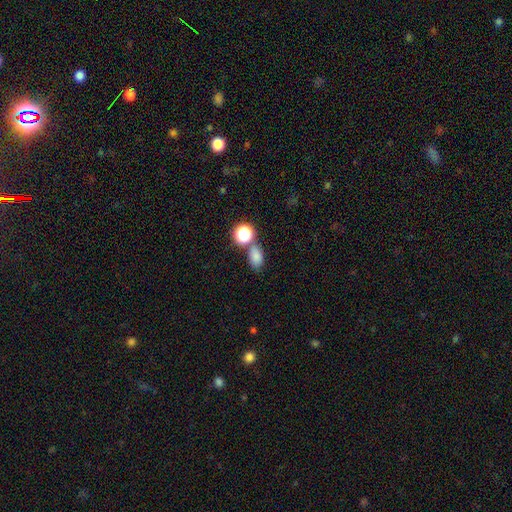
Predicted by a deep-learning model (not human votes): The model was most divided on "merging": none: 63%, merger: 20%, minor disturbance: 13%, major disturbance: 4%. More confident: how rounded — in between (80%); smooth or featured — smooth (78%).